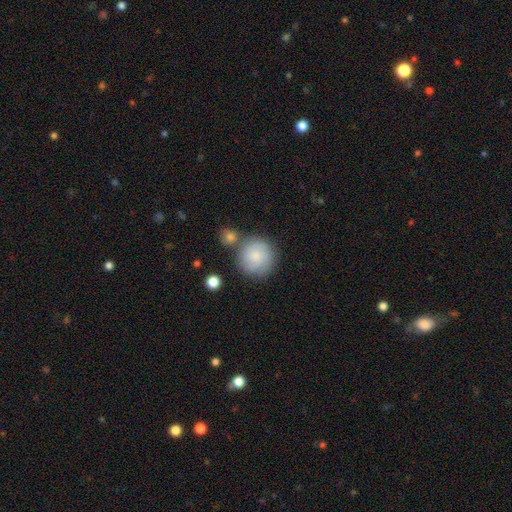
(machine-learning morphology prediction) type=smooth (73%); roundness=round (93%); merging=none (67%).